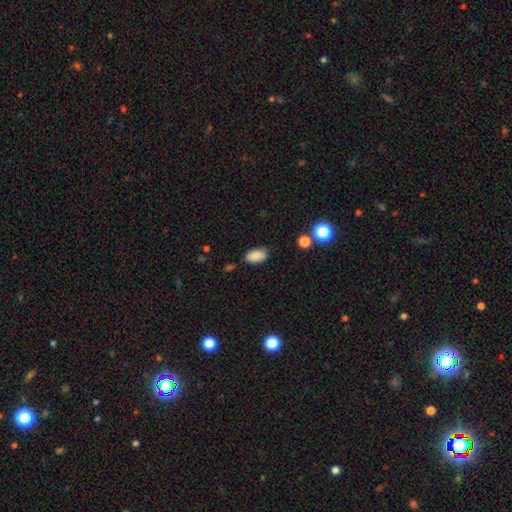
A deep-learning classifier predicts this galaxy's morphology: smooth 83%, star or artifact 9%, featured or disk 8%. Down the decision tree: how rounded — in between (92%); merging — none (77%).